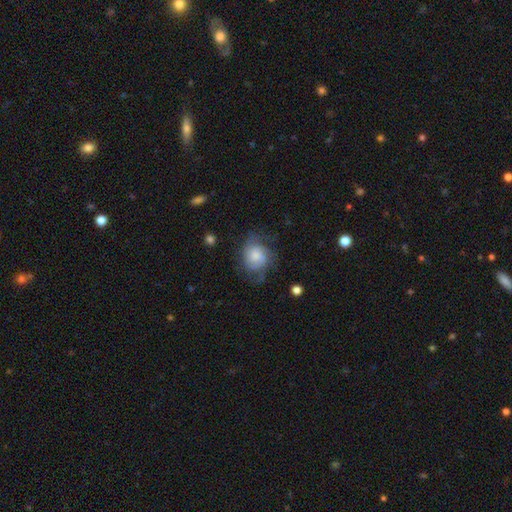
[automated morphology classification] smooth-or-featured: featured or disk: 49% | smooth: 43% | star or artifact: 8%
  merging: none: 50% | minor disturbance: 27% | major disturbance: 22% | merger: 2%